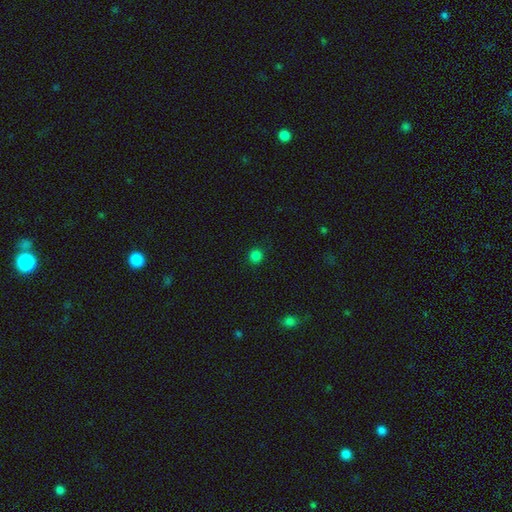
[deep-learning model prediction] Q: Smooth or featured?
A: smooth (82%); runner-up: star or artifact (15%)
Q: How rounded?
A: round (92%); runner-up: in between (7%)
Q: Merging?
A: none (91%); runner-up: minor disturbance (6%)